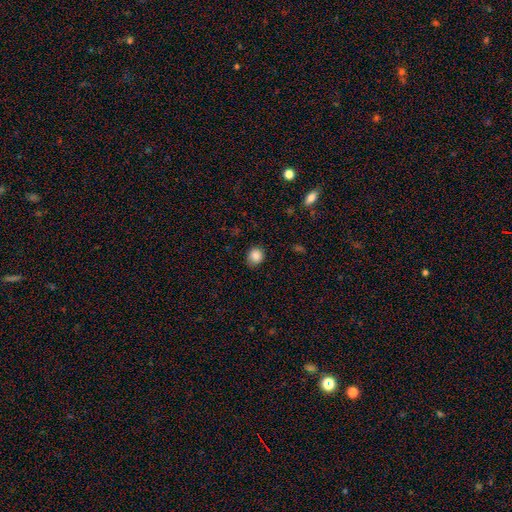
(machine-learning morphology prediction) smooth_or_featured: smooth (p=0.86) [alt: star or artifact p=0.10]
how_rounded: round (p=0.71) [alt: in between p=0.28]
merging: none (p=0.80) [alt: minor disturbance p=0.16]